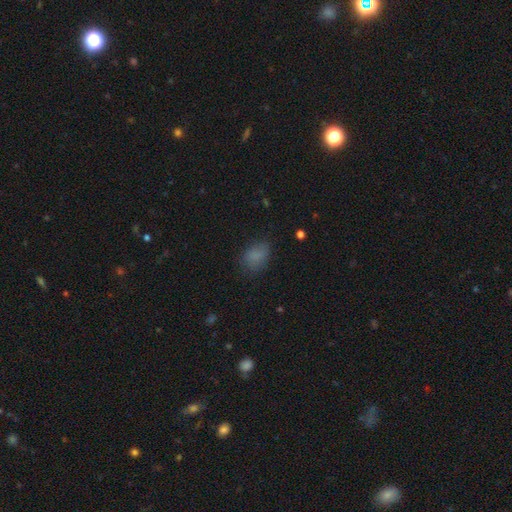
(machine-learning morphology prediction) smooth_or_featured: smooth (p=0.79) [alt: star or artifact p=0.13]
how_rounded: in between (p=0.80) [alt: round p=0.18]
merging: none (p=0.70) [alt: minor disturbance p=0.21]